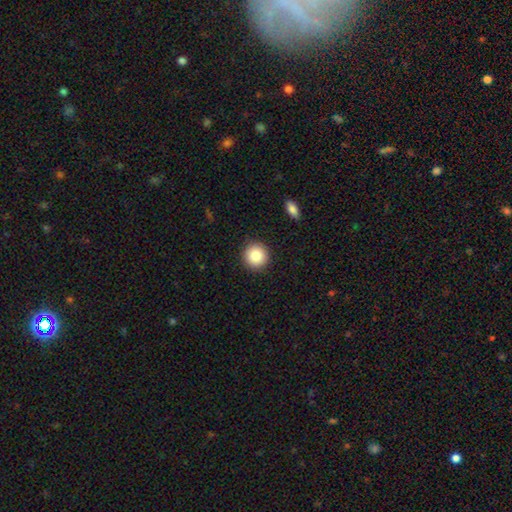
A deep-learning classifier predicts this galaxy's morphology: A smooth galaxy with no disk features (86%) that is round (94%). Merging: none (91%).